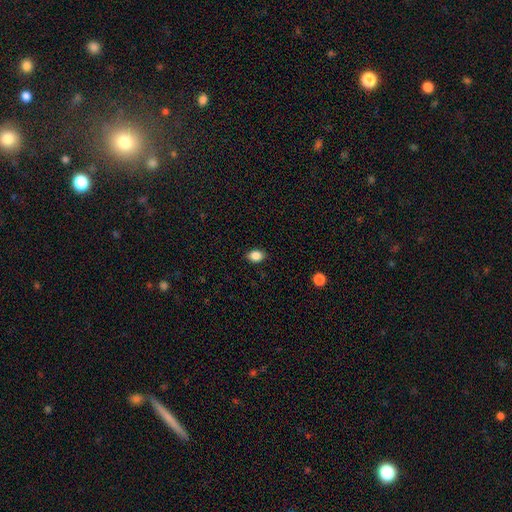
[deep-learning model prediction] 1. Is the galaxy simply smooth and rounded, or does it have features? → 86% smooth, 9% star or artifact, 4% featured or disk.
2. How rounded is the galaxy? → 72% in between, 27% round, 1% cigar-shaped.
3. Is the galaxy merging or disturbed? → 88% none, 9% minor disturbance, 2% major disturbance, 1% merger.